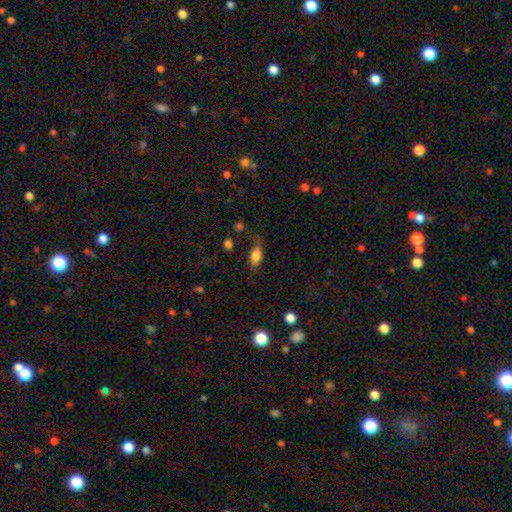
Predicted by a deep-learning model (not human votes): smooth 78%, featured or disk 14%, star or artifact 8%. Down the decision tree: how rounded — in between (85%); merging — none (58%).